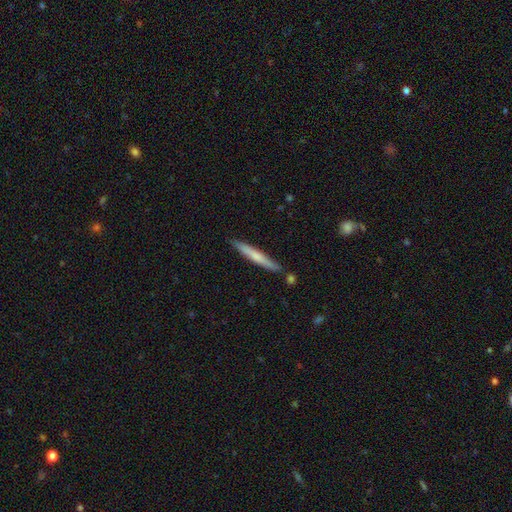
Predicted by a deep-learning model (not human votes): A smooth galaxy with no disk features (59%) that is cigar-shaped (96%). Merging: none (85%).